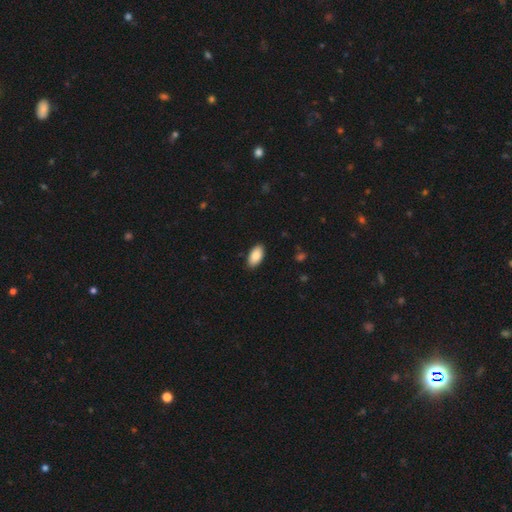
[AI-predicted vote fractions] Smooth or featured: smooth — 88% (star or artifact — 6%)
How rounded: in between — 95% (round — 3%)
Merging: none — 88% (minor disturbance — 9%)